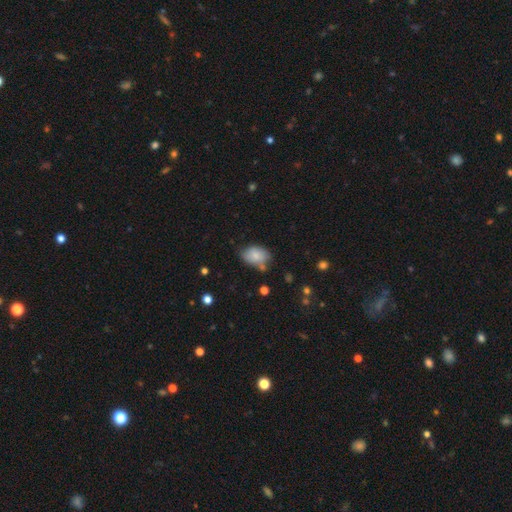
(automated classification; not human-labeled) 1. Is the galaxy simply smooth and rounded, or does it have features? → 79% smooth, 13% featured or disk, 8% star or artifact.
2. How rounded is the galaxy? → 81% in between, 17% round, 1% cigar-shaped.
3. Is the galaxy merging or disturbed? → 58% none, 29% minor disturbance, 7% merger, 6% major disturbance.